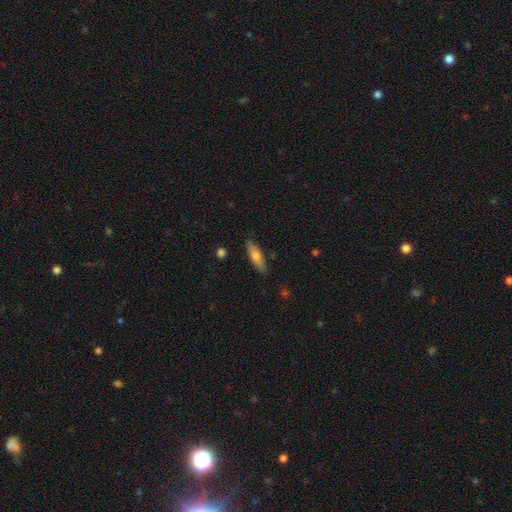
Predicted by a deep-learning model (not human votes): A smooth galaxy with no disk features (69%) that is cigar-shaped (58%). Merging: none (85%).